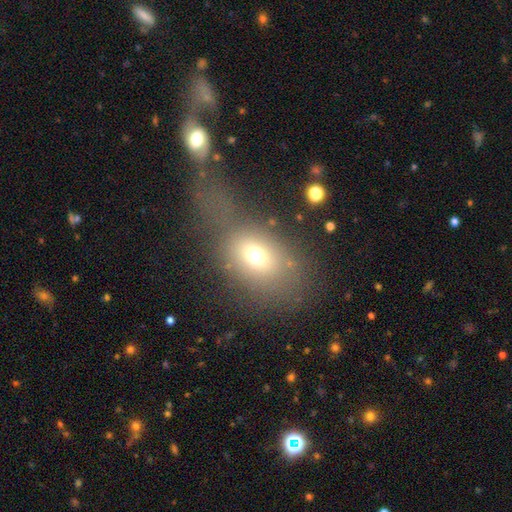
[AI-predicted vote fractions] Morphology: type=smooth (67%); roundness=in between (72%); merging=none (38%).